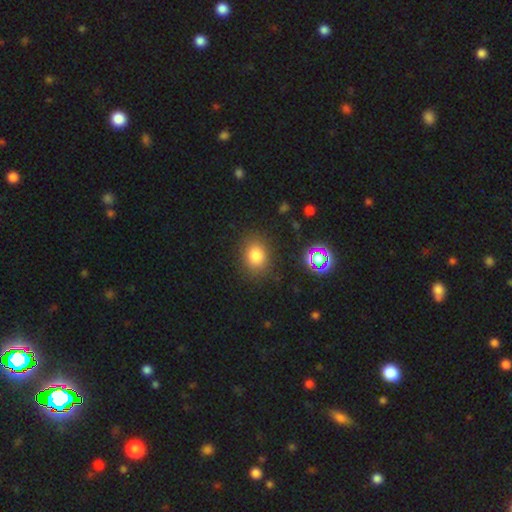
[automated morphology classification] Smooth or featured? smooth (80%)
How rounded? in between (50%)
Merging? none (86%)